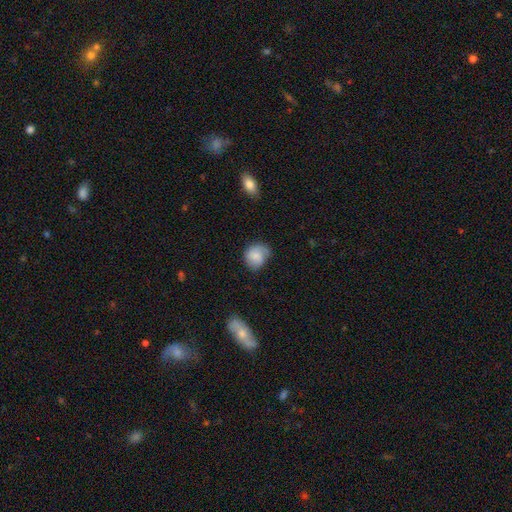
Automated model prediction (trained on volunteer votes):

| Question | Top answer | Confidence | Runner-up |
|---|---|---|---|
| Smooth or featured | smooth | 61% | featured or disk (31%) |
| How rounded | round | 64% | in between (35%) |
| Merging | none | 55% | minor disturbance (30%) |